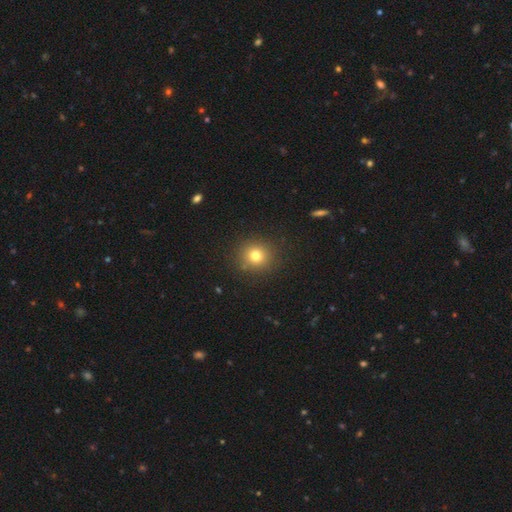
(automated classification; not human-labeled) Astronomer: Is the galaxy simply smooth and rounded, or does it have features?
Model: smooth — 77%.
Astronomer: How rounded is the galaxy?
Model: round — 89%.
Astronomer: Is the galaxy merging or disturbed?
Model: none — 89%.